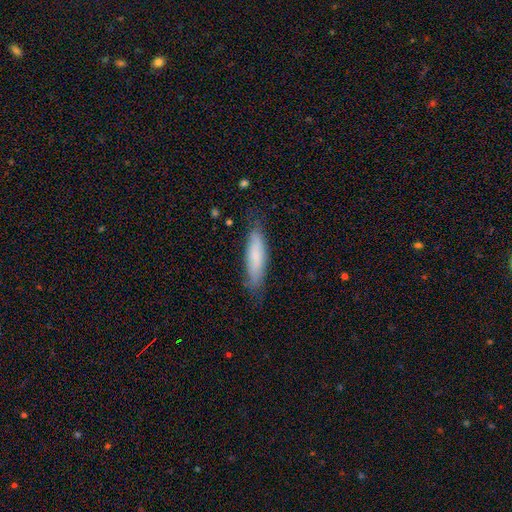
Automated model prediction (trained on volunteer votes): smooth-or-featured: smooth: 74% | featured or disk: 20% | star or artifact: 6%
  how-rounded: cigar-shaped: 68% | in between: 31% | round: 1%
  merging: none: 72% | minor disturbance: 22% | major disturbance: 5% | merger: 1%